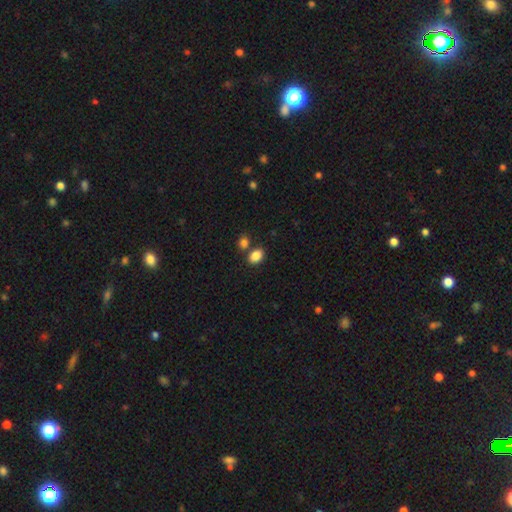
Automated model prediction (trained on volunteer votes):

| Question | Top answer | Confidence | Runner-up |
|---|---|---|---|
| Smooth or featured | smooth | 87% | star or artifact (9%) |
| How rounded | in between | 75% | round (24%) |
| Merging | none | 68% | merger (19%) |